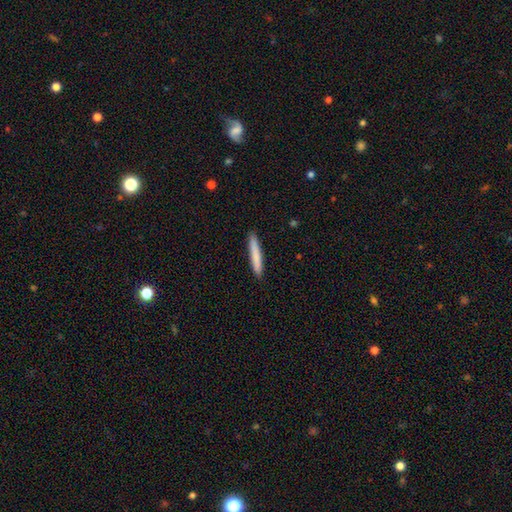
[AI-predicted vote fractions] This is likely a smooth galaxy (79%). How rounded: clearly cigar-shaped (95%). Merging: clearly none (91%).